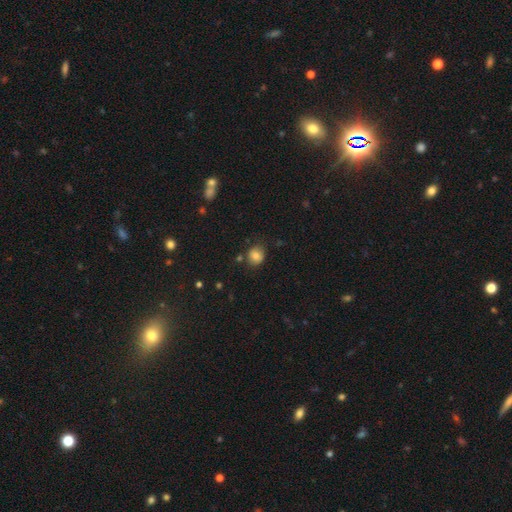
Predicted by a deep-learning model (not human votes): Overall: smooth (80%). How rounded: round (77%). Merging: none (77%).